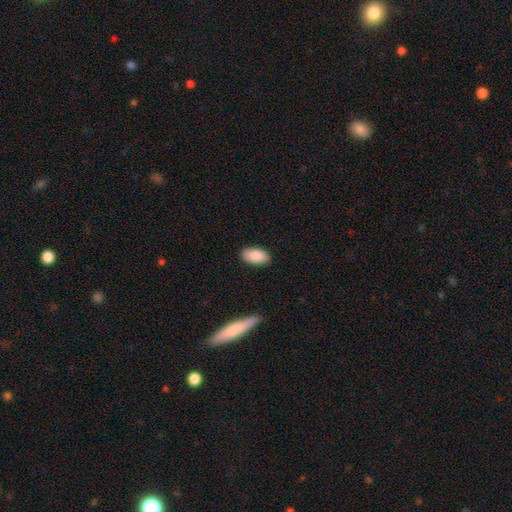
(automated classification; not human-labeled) Smooth or featured? smooth (90%)
How rounded? in between (95%)
Merging? none (87%)